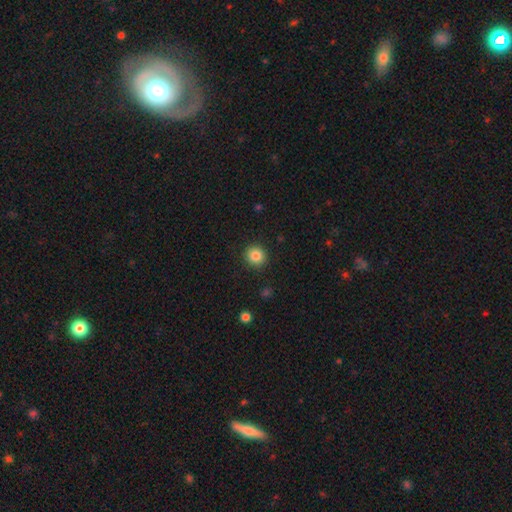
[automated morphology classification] The model was most divided on "smooth or featured": smooth: 84%, star or artifact: 10%, featured or disk: 5%. More confident: merging — none (91%); how rounded — round (90%).